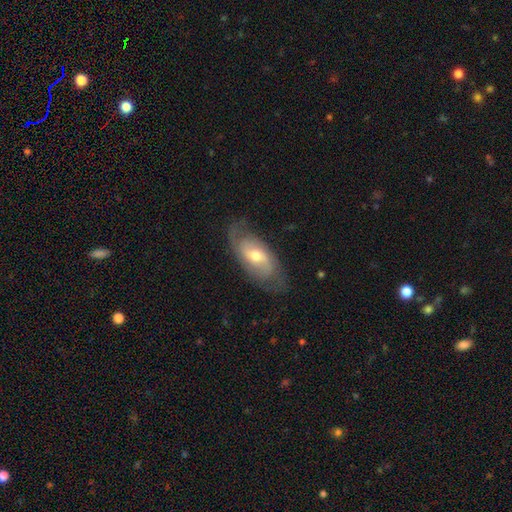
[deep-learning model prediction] Overall: featured or disk (71%). Edge-on disk: no (91%). Bar: weak (45%; no 42%). Spiral arms: yes (87%). Spiral arm count: 2 (73%). Spiral winding: medium (42%; loose 30%). Bulge size: moderate (60%; small 34%). Merging: none (71%).